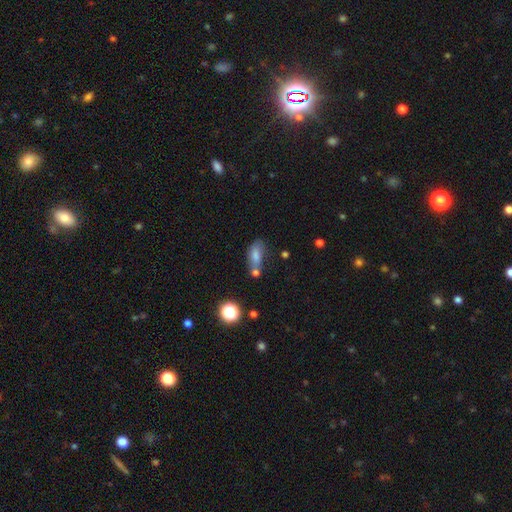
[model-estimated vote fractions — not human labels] This appears to be a smooth galaxy with no disk features (72%) that is in between round and cigar-shaped (78%). Merging: none (40%).